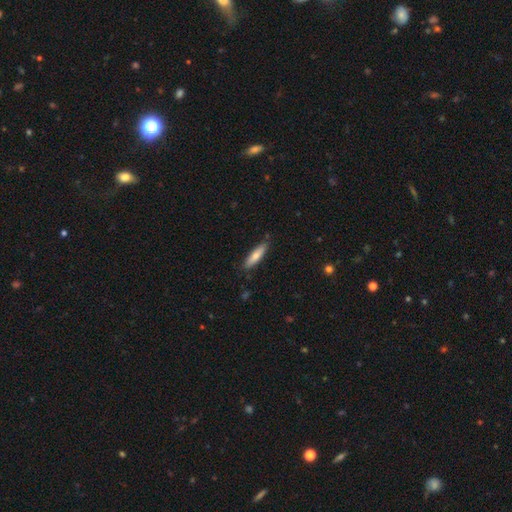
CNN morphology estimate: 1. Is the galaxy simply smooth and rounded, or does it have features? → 72% smooth, 22% featured or disk, 6% star or artifact.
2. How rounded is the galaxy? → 73% cigar-shaped, 26% in between, 2% round.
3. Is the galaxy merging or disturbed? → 87% none, 10% minor disturbance, 2% major disturbance, 1% merger.